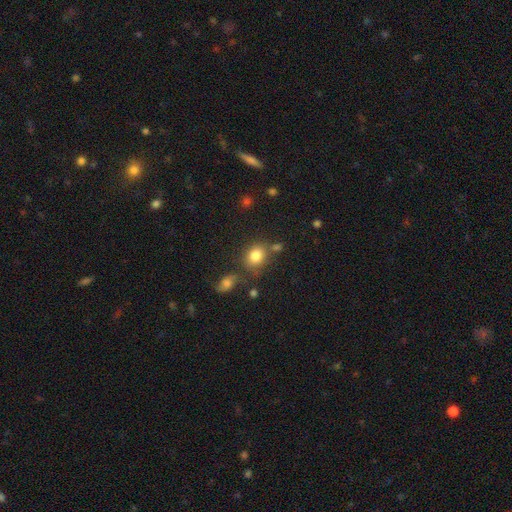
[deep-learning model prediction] Smooth or featured? Predicted: smooth (p=0.82). How rounded? Predicted: round (p=0.50). Merging? Predicted: none (p=0.66).